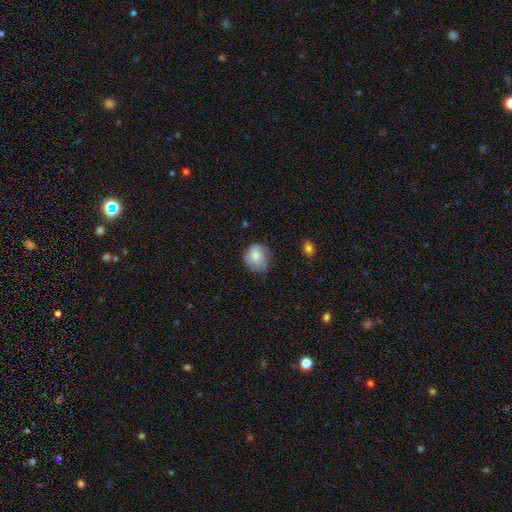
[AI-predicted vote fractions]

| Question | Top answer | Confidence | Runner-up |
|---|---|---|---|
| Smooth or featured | smooth | 76% | featured or disk (16%) |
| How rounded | round | 68% | in between (31%) |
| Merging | none | 60% | minor disturbance (30%) |